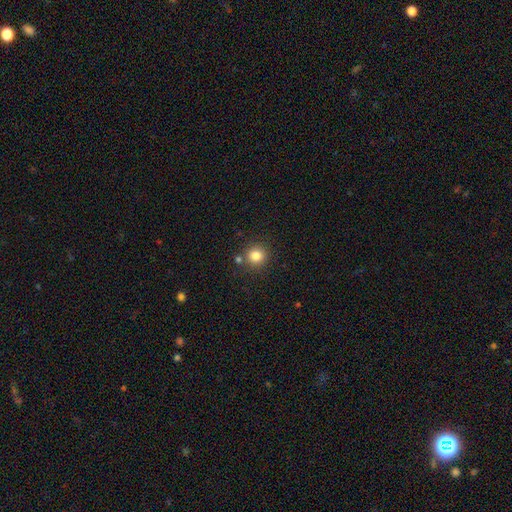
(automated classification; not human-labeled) Smooth or featured? smooth (82%)
How rounded? round (92%)
Merging? none (82%)